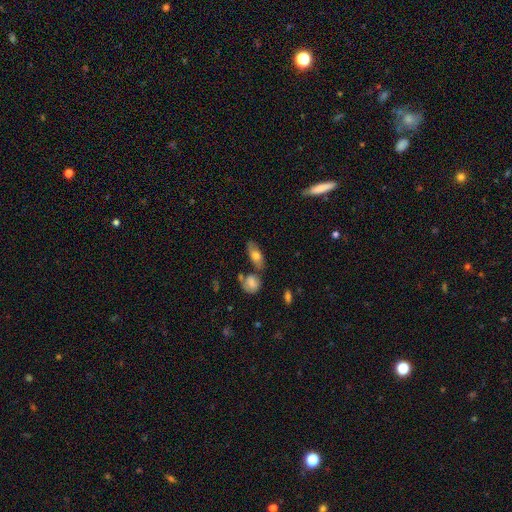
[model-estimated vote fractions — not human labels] A smooth galaxy with no disk features (68%) that is in between round and cigar-shaped (81%). Merging: none (64%).